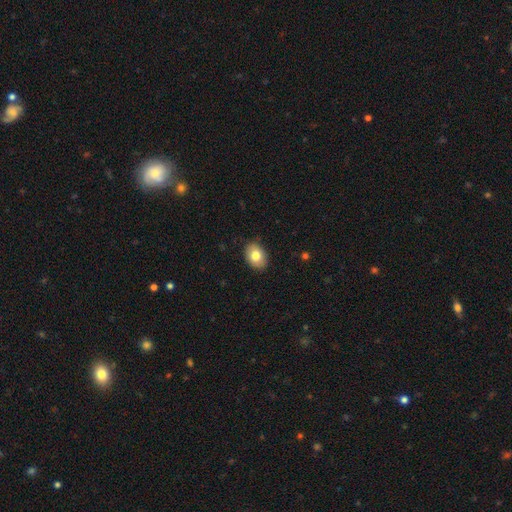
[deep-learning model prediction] smooth 80%, featured or disk 12%, star or artifact 8%. Down the decision tree: how rounded — in between (77%); merging — none (88%).